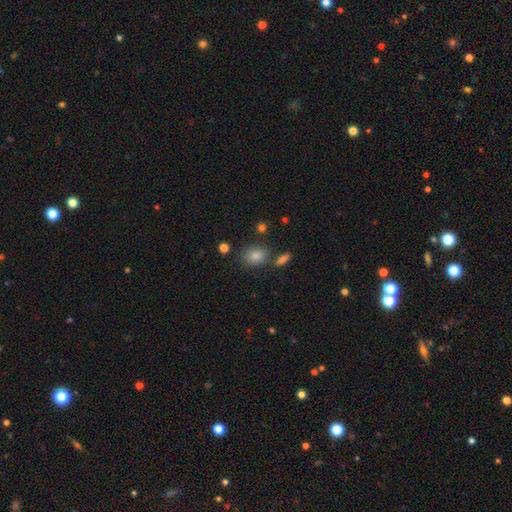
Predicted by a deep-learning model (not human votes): A smooth galaxy with no disk features (78%) that is in between round and cigar-shaped (56%).

Vote fractions:
- Smooth or featured? smooth: 78% / star or artifact: 14% / featured or disk: 8%
- How rounded? in between: 56% / round: 42% / cigar-shaped: 2%
- Merging? none: 78% / minor disturbance: 11% / merger: 8% / major disturbance: 3%